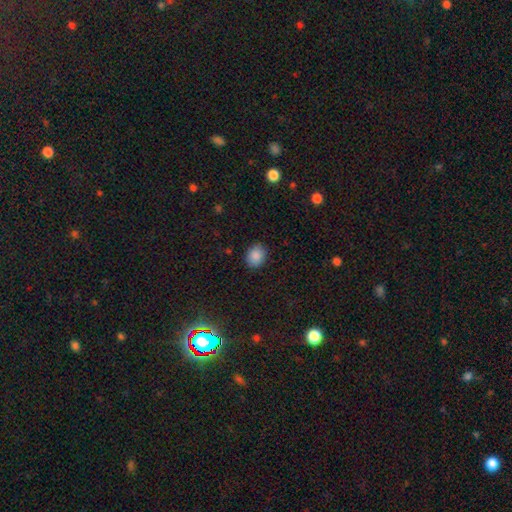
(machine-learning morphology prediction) Q: Smooth or featured?
A: smooth (88%); runner-up: star or artifact (9%)
Q: How rounded?
A: in between (50%); runner-up: round (49%)
Q: Merging?
A: none (88%); runner-up: minor disturbance (9%)